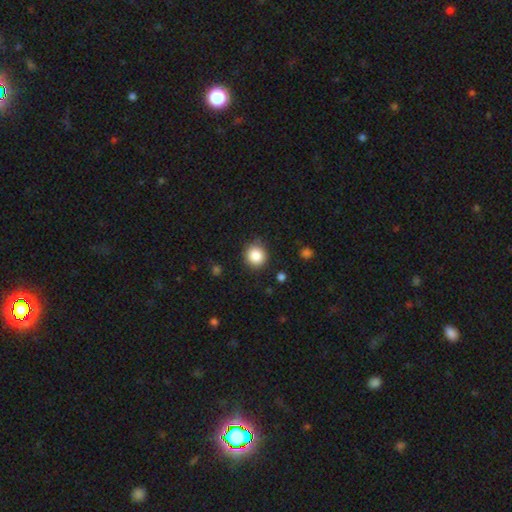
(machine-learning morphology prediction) A smooth galaxy with no disk features (87%) that is round (91%).

Vote fractions:
- Smooth or featured? smooth: 87% / star or artifact: 10% / featured or disk: 4%
- How rounded? round: 91% / in between: 8% / cigar-shaped: 1%
- Merging? none: 87% / minor disturbance: 9% / major disturbance: 3% / merger: 1%